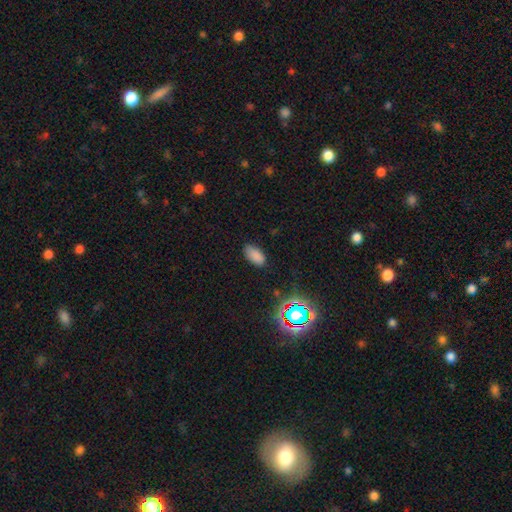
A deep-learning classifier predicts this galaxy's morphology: A smooth galaxy with no disk features (81%) that is in between round and cigar-shaped (93%). Merging: none (83%).